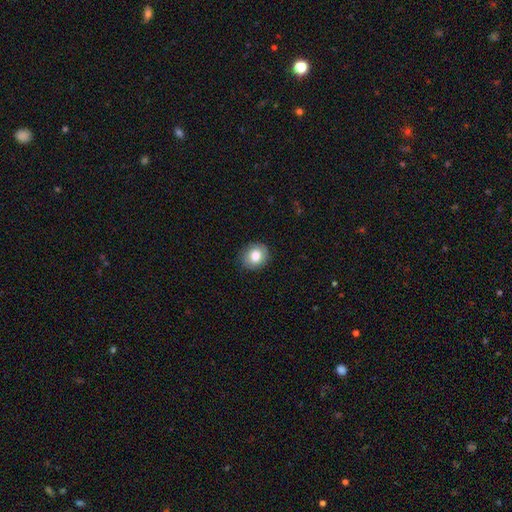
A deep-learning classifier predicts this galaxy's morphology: The model was most divided on "how rounded": round: 70%, in between: 29%, cigar-shaped: 1%. More confident: merging — none (86%); smooth or featured — smooth (80%).